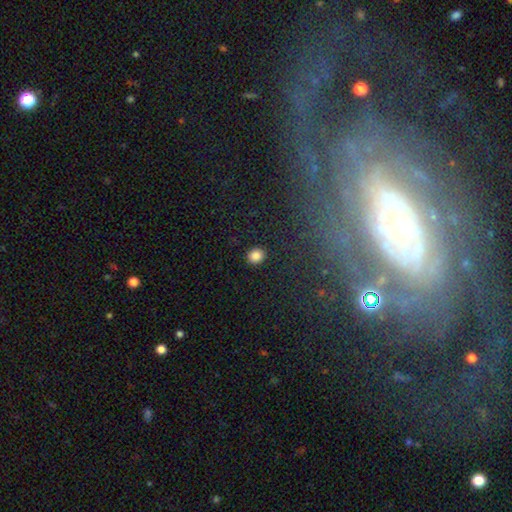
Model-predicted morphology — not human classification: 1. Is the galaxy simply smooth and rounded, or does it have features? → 85% smooth, 11% star or artifact, 4% featured or disk.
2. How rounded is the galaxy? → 73% round, 26% in between, 1% cigar-shaped.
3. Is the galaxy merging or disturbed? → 90% none, 6% minor disturbance, 2% major disturbance, 1% merger.